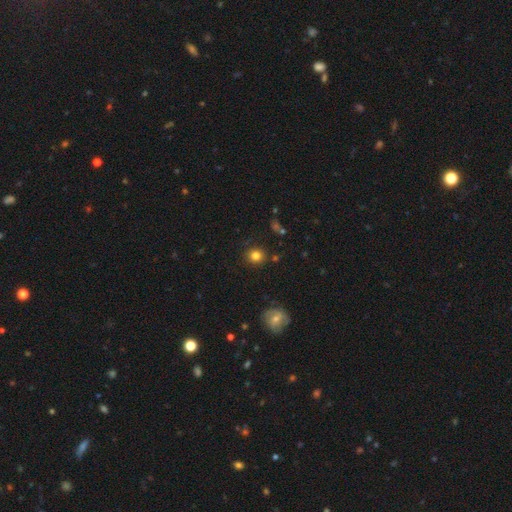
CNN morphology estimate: Q: Smooth or featured?
A: smooth (80%); runner-up: star or artifact (13%)
Q: How rounded?
A: round (85%); runner-up: in between (14%)
Q: Merging?
A: none (87%); runner-up: minor disturbance (8%)